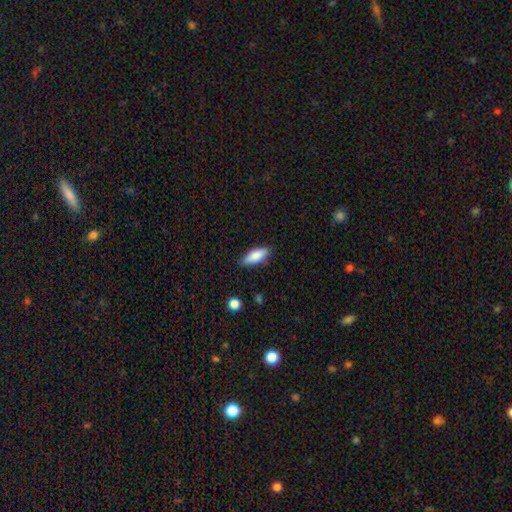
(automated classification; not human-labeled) This is clearly a smooth galaxy (82%). How rounded: likely in between (71%). Merging: clearly none (83%).